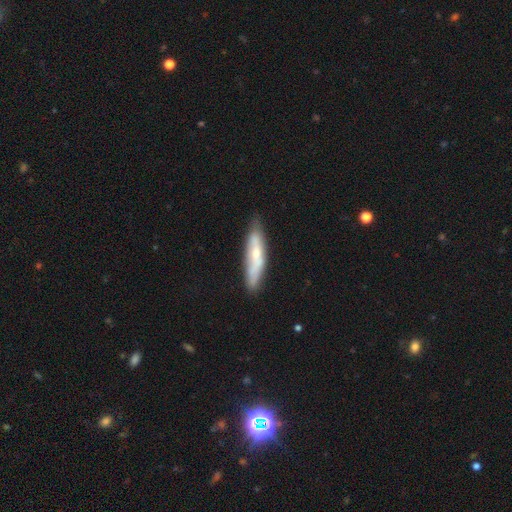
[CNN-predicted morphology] Smooth or featured? smooth (51%)
How rounded? cigar-shaped (77%)
Merging? none (74%)